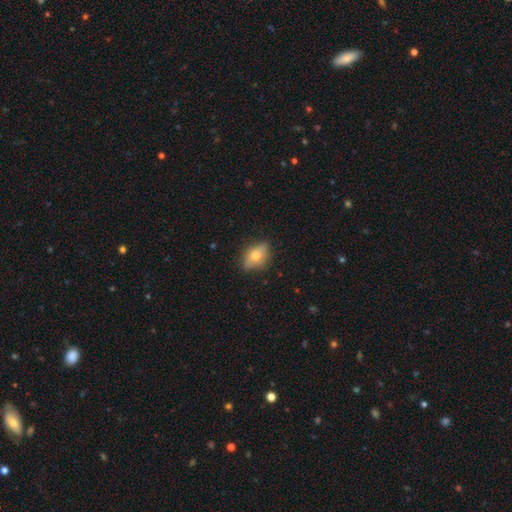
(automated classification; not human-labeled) Morphology: type=smooth (56%); roundness=in between (76%); merging=none (77%).